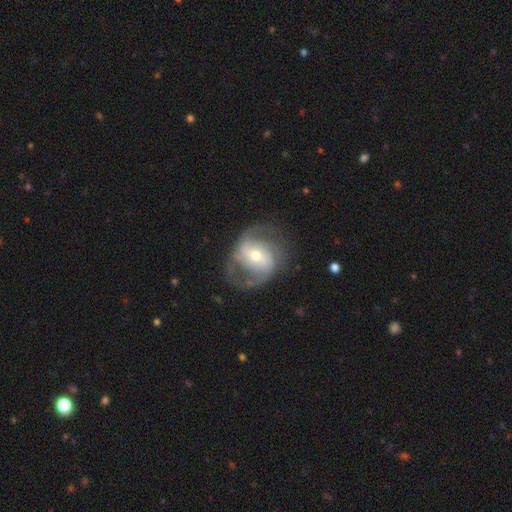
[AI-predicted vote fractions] Smooth or featured: featured or disk — 81% (smooth — 13%)
Edge-on disk: no — 97% (yes — 3%)
Bar: weak — 42% (no — 30%)
Spiral arms: yes — 89% (no — 11%)
Spiral winding: medium — 49% (loose — 32%)
Spiral arm count: 2 — 81% (can't tell — 8%)
Bulge size: moderate — 58% (small — 34%)
Merging: none — 65% (minor disturbance — 18%)